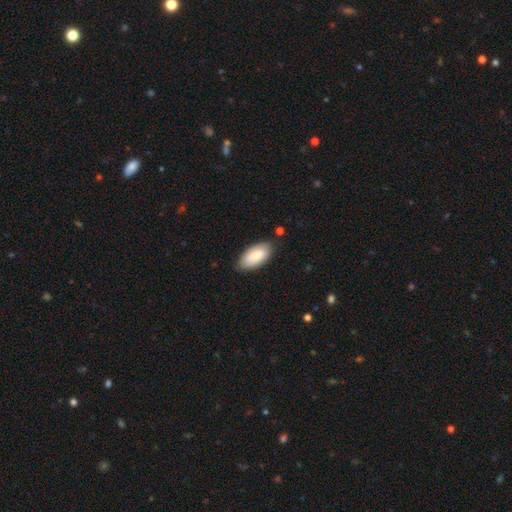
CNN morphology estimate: smooth-or-featured: smooth: 78% | featured or disk: 16% | star or artifact: 6%
  how-rounded: in between: 93% | cigar-shaped: 5% | round: 2%
  merging: none: 80% | minor disturbance: 15% | major disturbance: 3% | merger: 2%